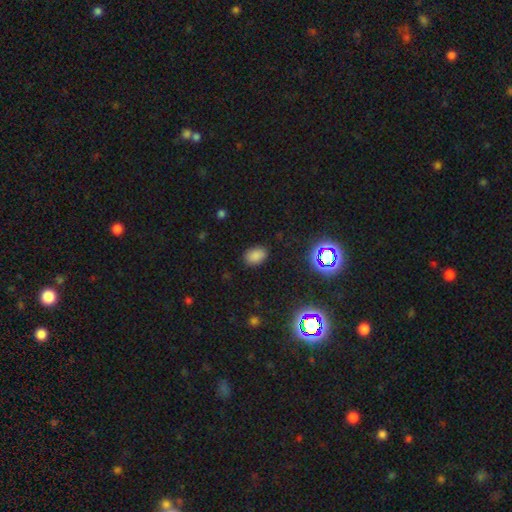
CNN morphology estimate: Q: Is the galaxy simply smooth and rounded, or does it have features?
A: smooth — 78%.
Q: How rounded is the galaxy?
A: in between — 84%.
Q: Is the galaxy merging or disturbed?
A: none — 84%.